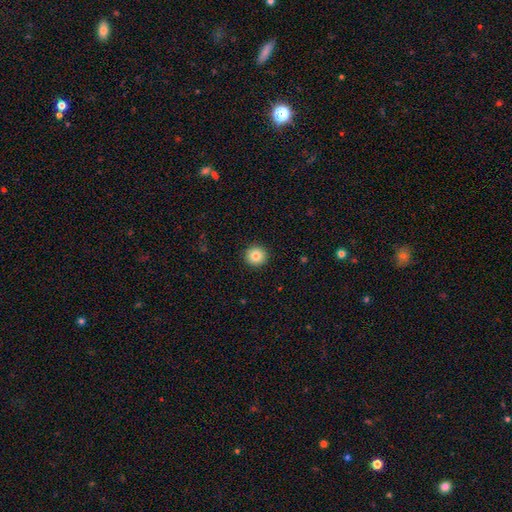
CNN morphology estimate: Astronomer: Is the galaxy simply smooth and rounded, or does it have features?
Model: smooth — 83%.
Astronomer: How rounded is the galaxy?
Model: round — 94%.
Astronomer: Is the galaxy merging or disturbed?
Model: none — 93%.